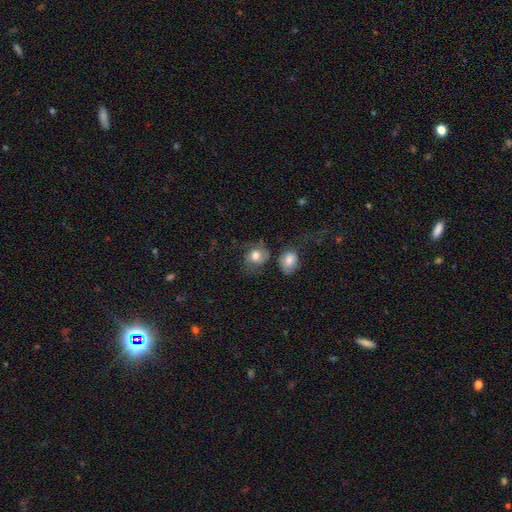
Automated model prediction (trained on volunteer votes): Overall: smooth (66%). How rounded: round (67%; in between 32%). Merging: none (44%; minor disturbance 23%).